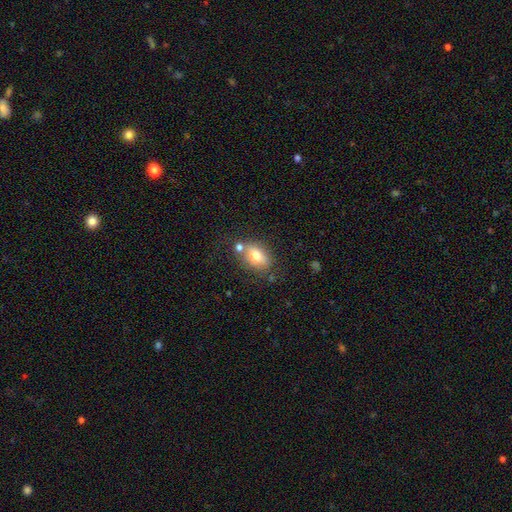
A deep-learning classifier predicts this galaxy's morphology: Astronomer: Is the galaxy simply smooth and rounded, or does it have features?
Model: smooth — 72%.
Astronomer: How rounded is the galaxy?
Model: in between — 81%.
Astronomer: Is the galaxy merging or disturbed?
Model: none — 64%.